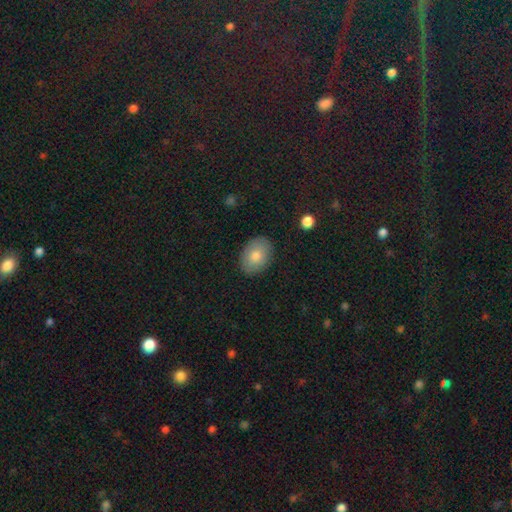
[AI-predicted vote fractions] A smooth galaxy with no disk features (79%) that is in between round and cigar-shaped (77%).

Vote fractions:
- Smooth or featured? smooth: 79% / featured or disk: 14% / star or artifact: 8%
- How rounded? in between: 77% / round: 22% / cigar-shaped: 1%
- Merging? none: 88% / minor disturbance: 9% / major disturbance: 2% / merger: 1%